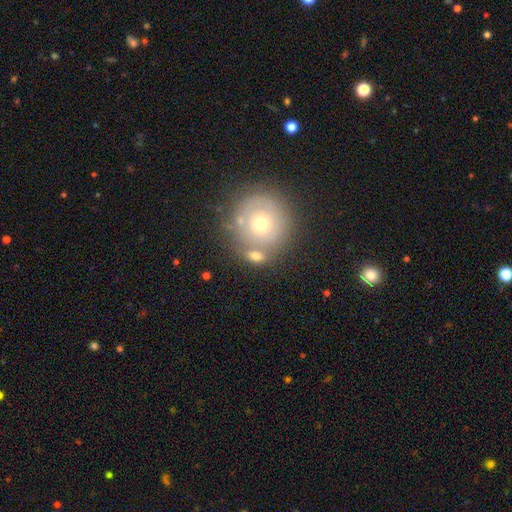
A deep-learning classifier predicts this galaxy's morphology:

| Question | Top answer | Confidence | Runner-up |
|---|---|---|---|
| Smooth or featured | smooth | 67% | featured or disk (23%) |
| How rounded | round | 73% | in between (25%) |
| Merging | none | 59% | merger (23%) |